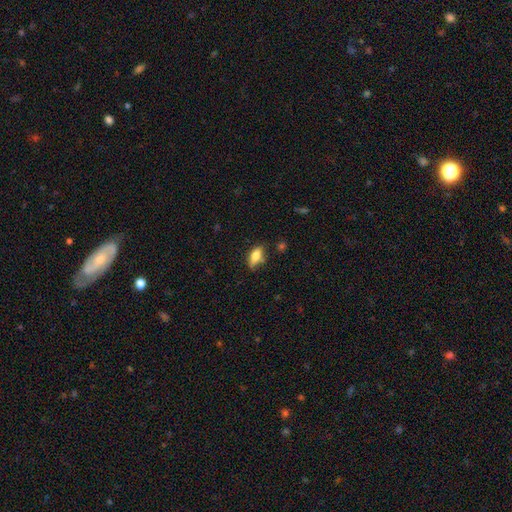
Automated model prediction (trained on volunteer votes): Morphology: type=smooth (75%); roundness=in between (80%); merging=none (61%).